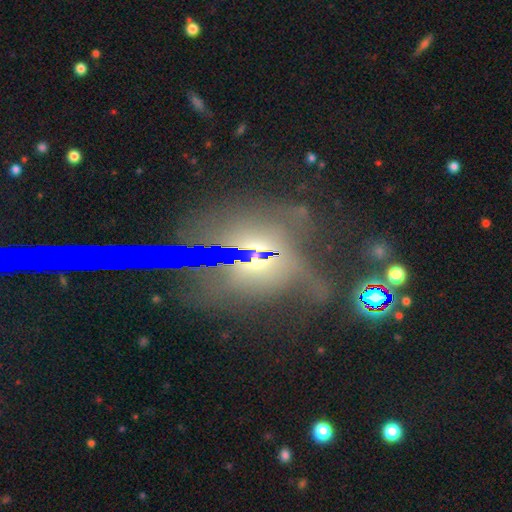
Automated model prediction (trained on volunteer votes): This appears to be a star or artifact, not a galaxy (48%).